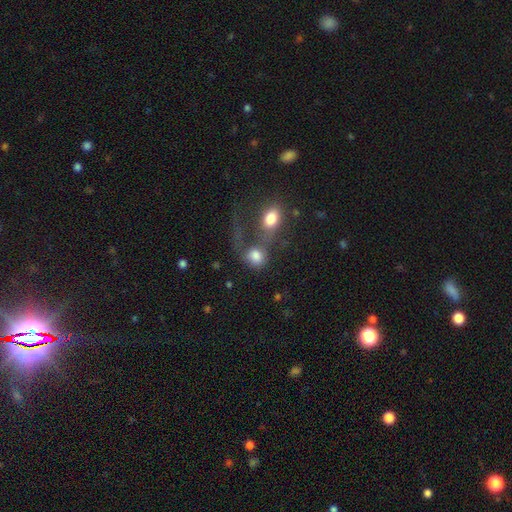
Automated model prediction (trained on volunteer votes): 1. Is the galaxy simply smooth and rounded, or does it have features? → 77% smooth, 13% featured or disk, 10% star or artifact.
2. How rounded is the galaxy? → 50% round, 48% in between, 2% cigar-shaped.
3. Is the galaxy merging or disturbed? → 51% merger, 22% none, 18% major disturbance, 9% minor disturbance.